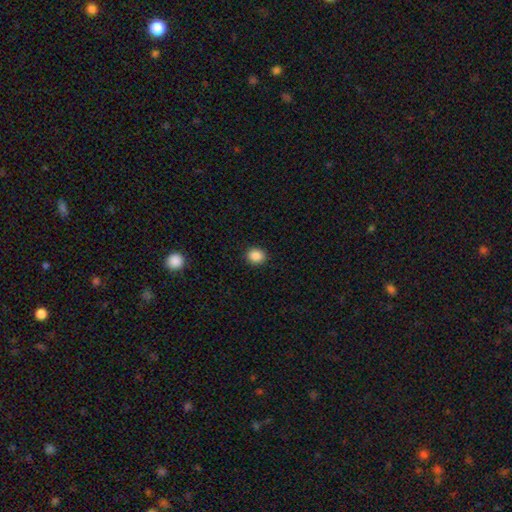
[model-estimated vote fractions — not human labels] Q: Smooth or featured?
A: smooth (88%); runner-up: star or artifact (9%)
Q: How rounded?
A: round (71%); runner-up: in between (28%)
Q: Merging?
A: none (91%); runner-up: minor disturbance (6%)